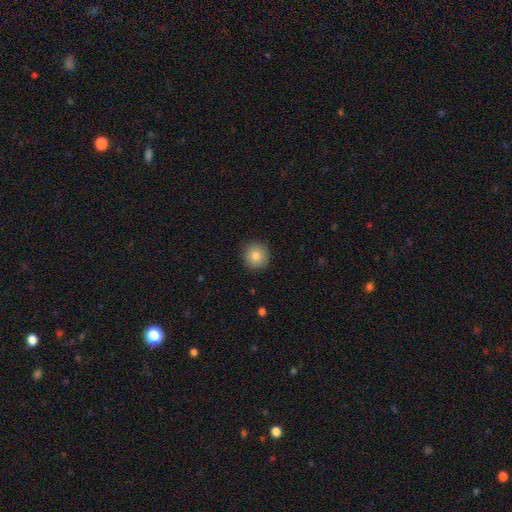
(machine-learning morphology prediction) smooth_or_featured: smooth (p=0.83) [alt: star or artifact p=0.09]
how_rounded: round (p=0.94) [alt: in between p=0.05]
merging: none (p=0.90) [alt: minor disturbance p=0.07]